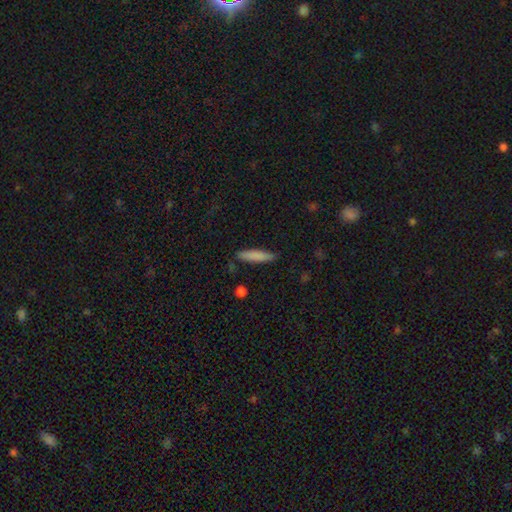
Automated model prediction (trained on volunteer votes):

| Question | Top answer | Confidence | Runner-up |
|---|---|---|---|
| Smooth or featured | smooth | 81% | featured or disk (13%) |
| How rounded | cigar-shaped | 85% | in between (13%) |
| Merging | none | 85% | minor disturbance (11%) |